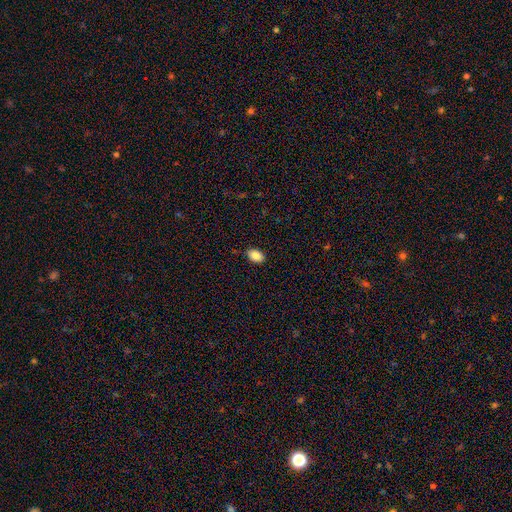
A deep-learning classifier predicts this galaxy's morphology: A smooth galaxy with no disk features (87%) that is in between round and cigar-shaped (88%).

Vote fractions:
- Smooth or featured? smooth: 87% / star or artifact: 8% / featured or disk: 5%
- How rounded? in between: 88% / round: 11% / cigar-shaped: 1%
- Merging? none: 88% / minor disturbance: 9% / major disturbance: 2% / merger: 1%